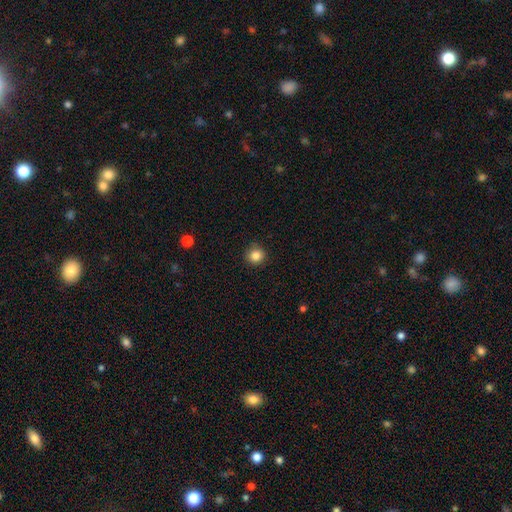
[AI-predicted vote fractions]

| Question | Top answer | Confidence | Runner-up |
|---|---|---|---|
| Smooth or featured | smooth | 85% | star or artifact (11%) |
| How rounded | round | 92% | in between (7%) |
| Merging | none | 89% | minor disturbance (8%) |